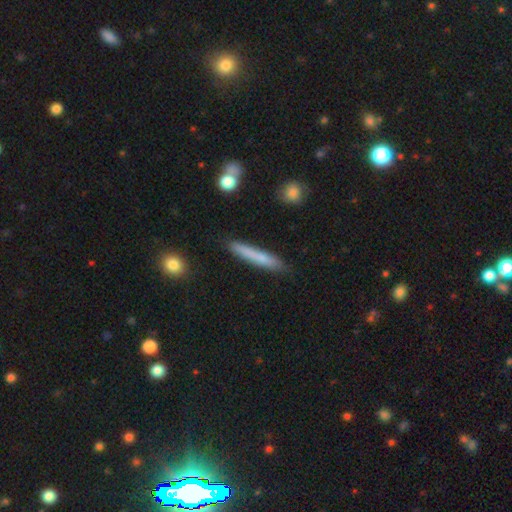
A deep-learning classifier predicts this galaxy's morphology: smooth_or_featured: smooth (p=0.70) [alt: featured or disk p=0.23]
how_rounded: cigar-shaped (p=0.94) [alt: in between p=0.05]
merging: none (p=0.85) [alt: minor disturbance p=0.11]